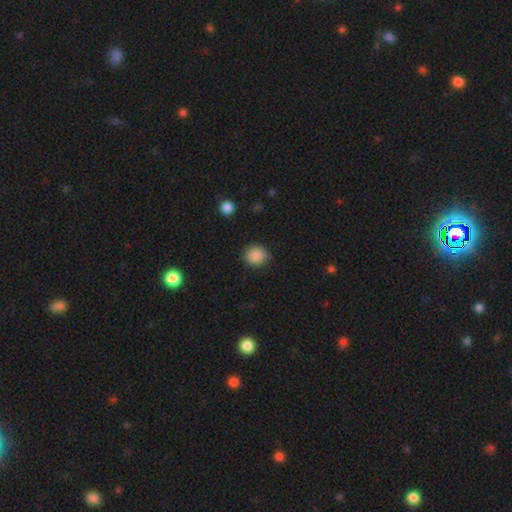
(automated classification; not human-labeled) Q: Smooth or featured?
A: smooth (88%); runner-up: star or artifact (9%)
Q: How rounded?
A: round (88%); runner-up: in between (11%)
Q: Merging?
A: none (90%); runner-up: minor disturbance (7%)